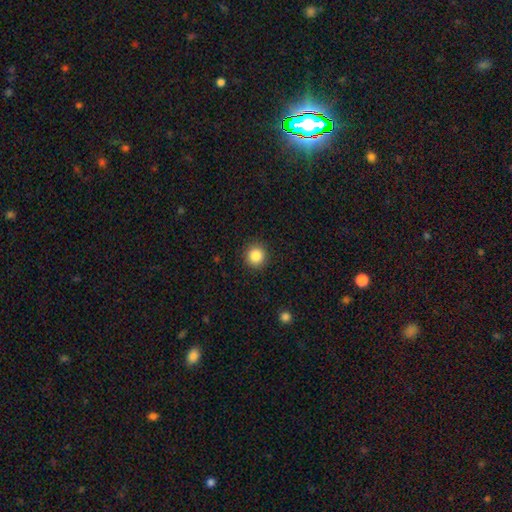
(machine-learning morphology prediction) Smooth or featured?
  - smooth: 86% *
  - star or artifact: 10%
  - featured or disk: 4%
How rounded?
  - round: 93% *
  - in between: 6%
  - cigar-shaped: 1%
Merging?
  - none: 92% *
  - minor disturbance: 5%
  - major disturbance: 2%
  - merger: 1%